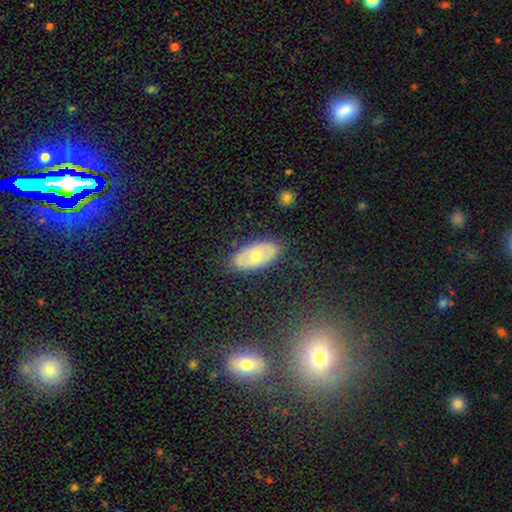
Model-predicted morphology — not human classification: Q: Smooth or featured?
A: smooth (50%); runner-up: featured or disk (43%)
Q: Merging?
A: none (83%); runner-up: minor disturbance (12%)